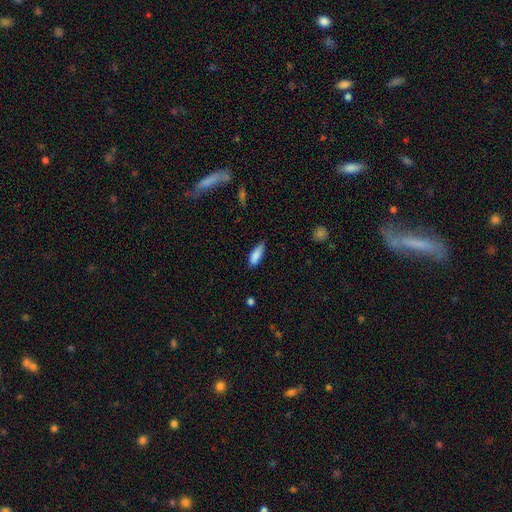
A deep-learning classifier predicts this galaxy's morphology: A smooth galaxy with no disk features (86%) that is in between round and cigar-shaped (63%). Merging: none (65%).